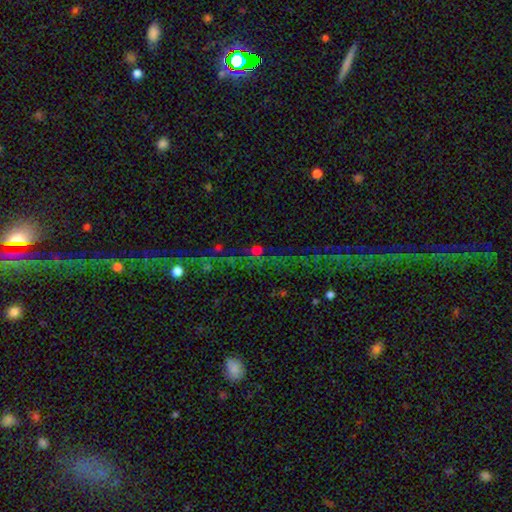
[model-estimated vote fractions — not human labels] The model was most divided on "smooth or featured": star or artifact: 66%, smooth: 18%, featured or disk: 16%.